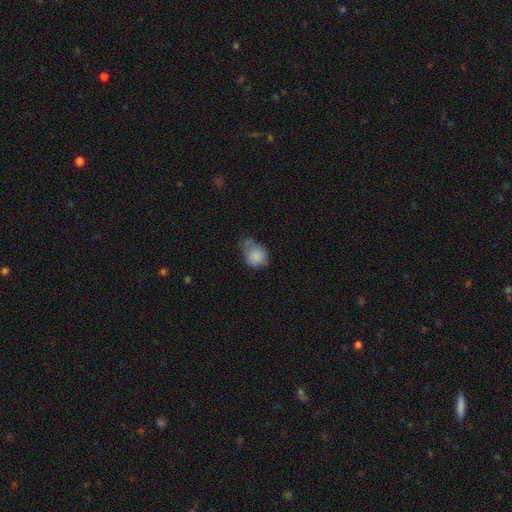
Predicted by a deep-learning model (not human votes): Morphology: type=smooth (84%); roundness=round (66%); merging=minor disturbance (39%).